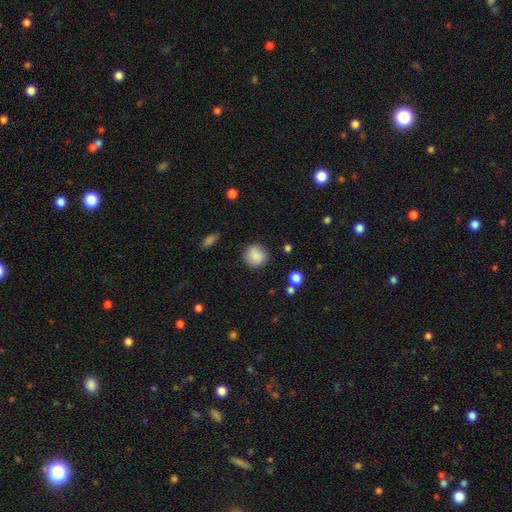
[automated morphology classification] smooth 87%, star or artifact 8%, featured or disk 5%. Down the decision tree: how rounded — round (88%); merging — none (84%).